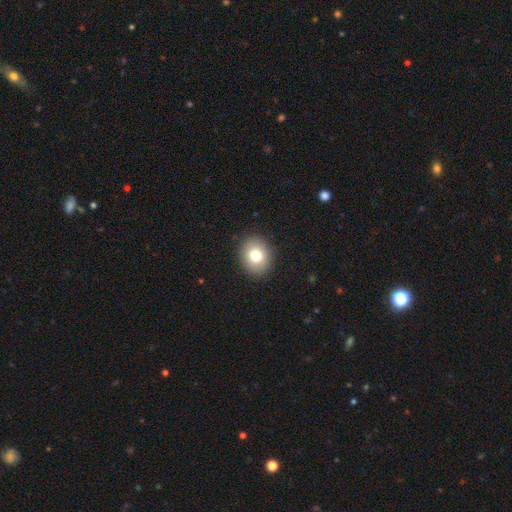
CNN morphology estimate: Q: Smooth or featured?
A: smooth (78%); runner-up: featured or disk (12%)
Q: How rounded?
A: round (58%); runner-up: in between (41%)
Q: Merging?
A: none (90%); runner-up: minor disturbance (7%)